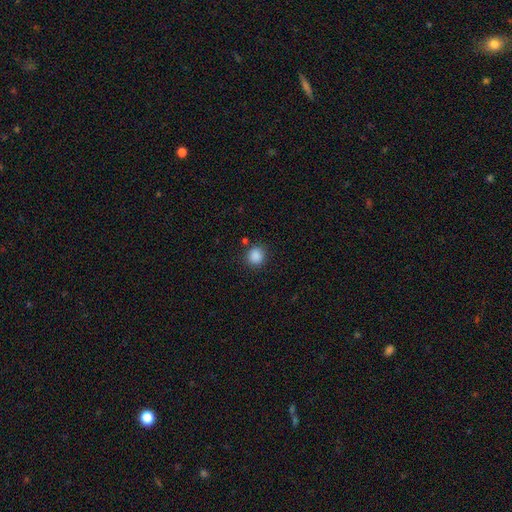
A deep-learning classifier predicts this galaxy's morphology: Smooth or featured? Predicted: smooth (p=0.87). How rounded? Predicted: round (p=0.85). Merging? Predicted: none (p=0.85).